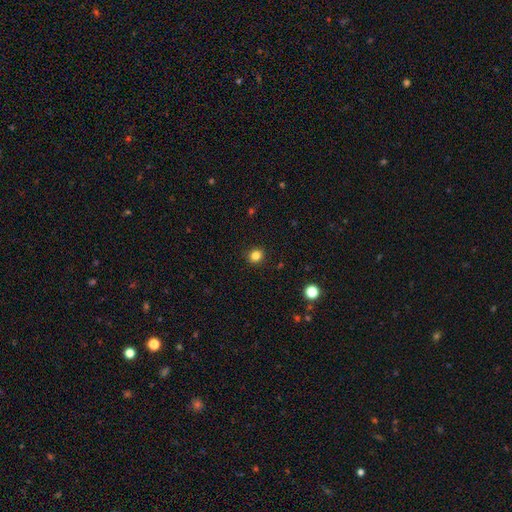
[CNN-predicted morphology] Smooth or featured: smooth — 83% (star or artifact — 12%)
How rounded: round — 78% (in between — 21%)
Merging: none — 91% (minor disturbance — 6%)